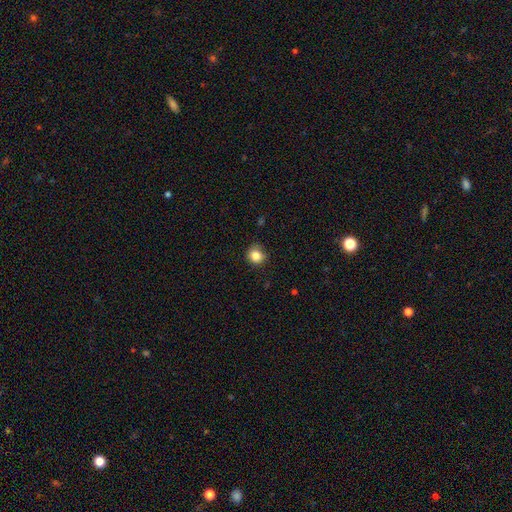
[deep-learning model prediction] A smooth galaxy with no disk features (83%) that is round (89%).

Vote fractions:
- Smooth or featured? smooth: 83% / star or artifact: 11% / featured or disk: 6%
- How rounded? round: 89% / in between: 11% / cigar-shaped: 1%
- Merging? none: 83% / minor disturbance: 13% / major disturbance: 3% / merger: 1%